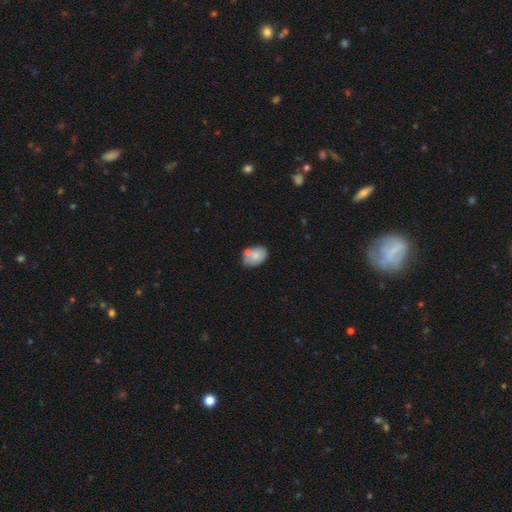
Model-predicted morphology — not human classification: smooth-or-featured: smooth: 75% | featured or disk: 18% | star or artifact: 7%
  how-rounded: in between: 84% | round: 14% | cigar-shaped: 1%
  merging: none: 53% | merger: 22% | minor disturbance: 20% | major disturbance: 5%